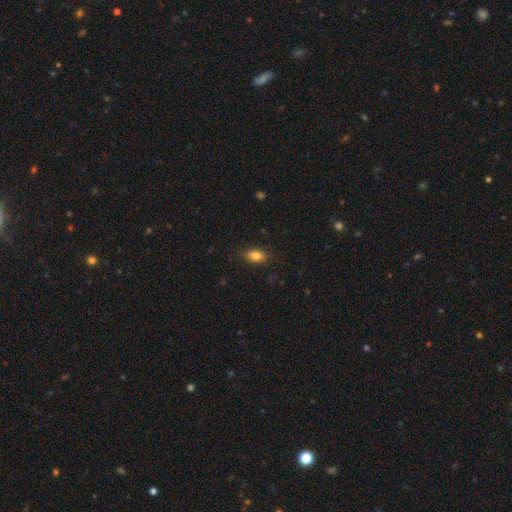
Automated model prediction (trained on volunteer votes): A smooth galaxy with no disk features (83%) that is in between round and cigar-shaped (85%). Merging: none (84%).